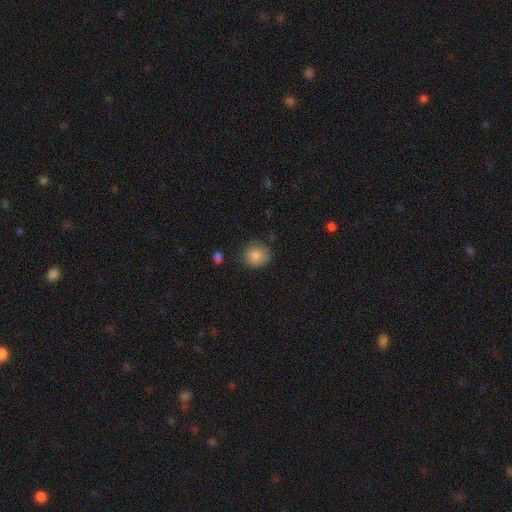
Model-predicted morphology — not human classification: This appears to be a smooth galaxy with no disk features (85%) that is round (84%). Merging: none (74%).